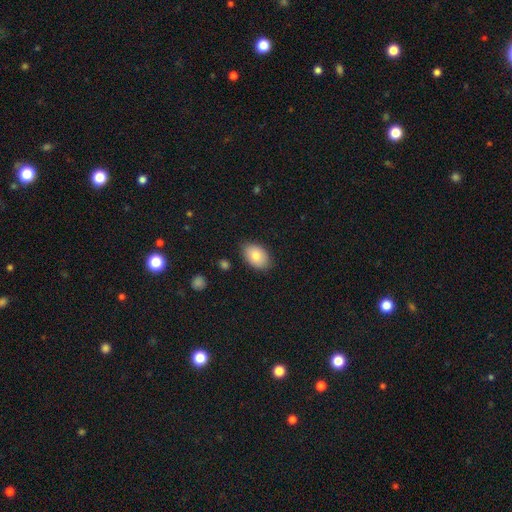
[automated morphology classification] Smooth or featured? smooth (80%)
How rounded? in between (88%)
Merging? none (84%)